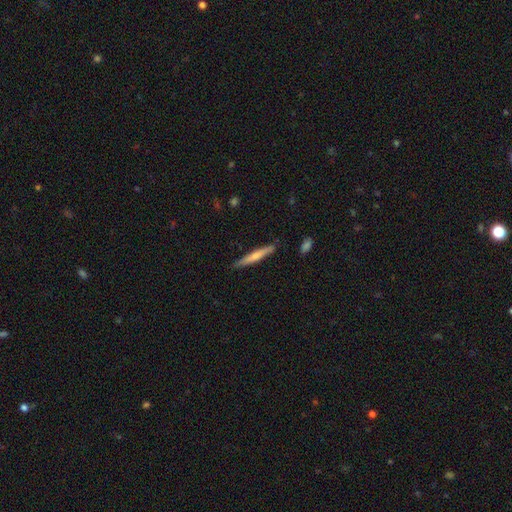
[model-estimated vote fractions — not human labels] Morphology: type=smooth (55%); roundness=cigar-shaped (95%); merging=none (86%).